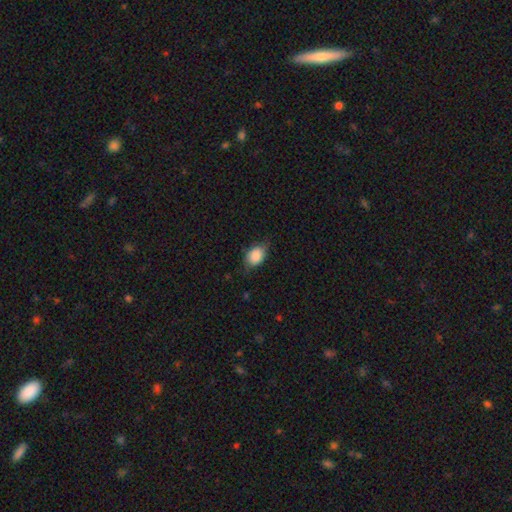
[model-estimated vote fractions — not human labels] Overall: smooth (84%). How rounded: in between (78%). Merging: none (63%; minor disturbance 29%).